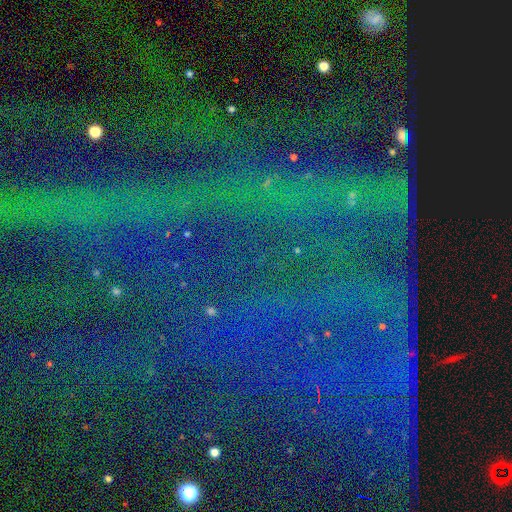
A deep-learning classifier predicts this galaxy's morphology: star or artifact 86%, featured or disk 7%, smooth 6%.